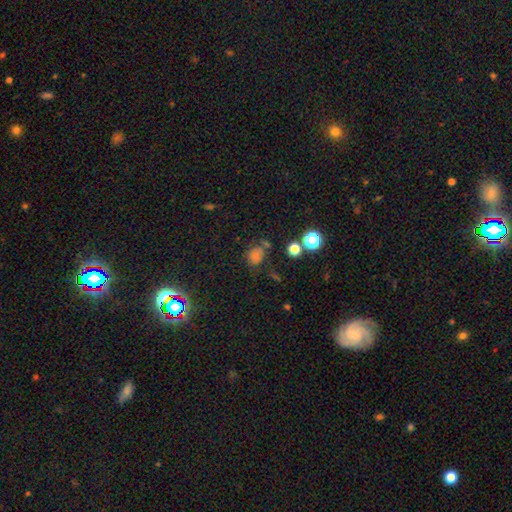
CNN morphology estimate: This is possibly a smooth galaxy (58%). How rounded: likely round (67%). Merging: likely none (63%).